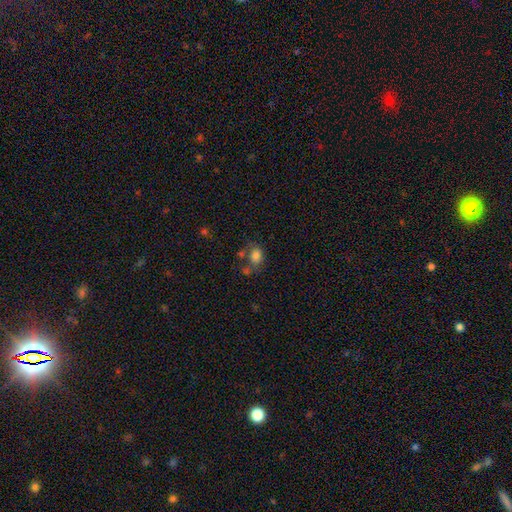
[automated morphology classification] smooth_or_featured: smooth (p=0.76) [alt: featured or disk p=0.12]
how_rounded: in between (p=0.66) [alt: round p=0.33]
merging: none (p=0.44) [alt: merger p=0.25]